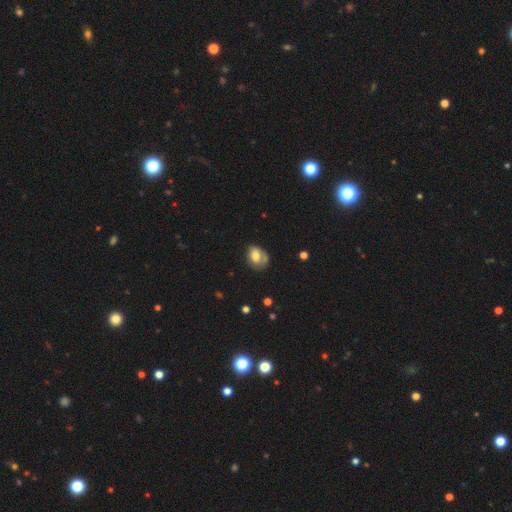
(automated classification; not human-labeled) This is likely a smooth galaxy (66%). How rounded: likely in between (68%). Merging: possibly none (48%).